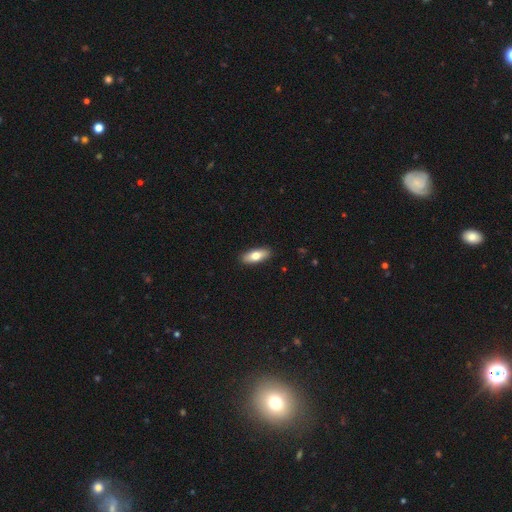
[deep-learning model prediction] Smooth or featured?
  - smooth: 74% *
  - featured or disk: 20%
  - star or artifact: 6%
How rounded?
  - in between: 72% *
  - cigar-shaped: 25%
  - round: 3%
Merging?
  - none: 90% *
  - minor disturbance: 7%
  - major disturbance: 2%
  - merger: 1%